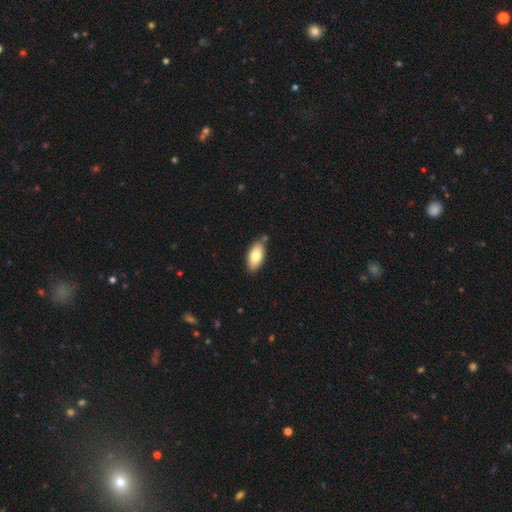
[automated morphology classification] Smooth or featured? Predicted: smooth (p=0.80). How rounded? Predicted: in between (p=0.88). Merging? Predicted: none (p=0.81).